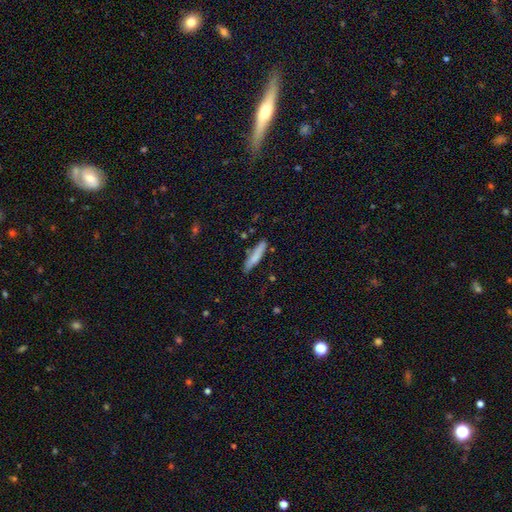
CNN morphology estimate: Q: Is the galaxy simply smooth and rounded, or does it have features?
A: smooth — 77%.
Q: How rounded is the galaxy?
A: cigar-shaped — 84%.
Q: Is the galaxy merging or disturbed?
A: none — 79%.